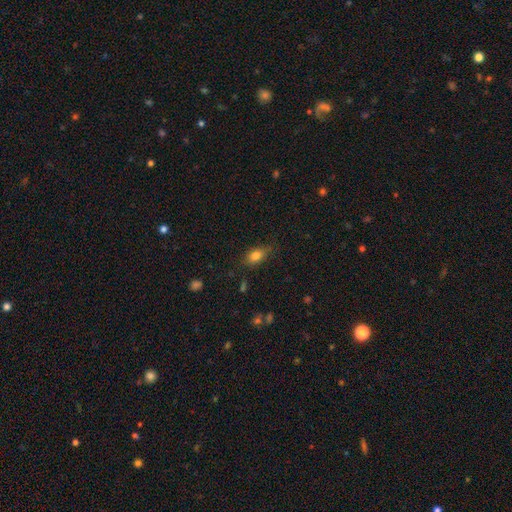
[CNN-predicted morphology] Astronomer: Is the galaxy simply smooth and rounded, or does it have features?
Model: smooth — 80%.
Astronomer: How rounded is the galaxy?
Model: in between — 78%.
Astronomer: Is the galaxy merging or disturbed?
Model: none — 73%.